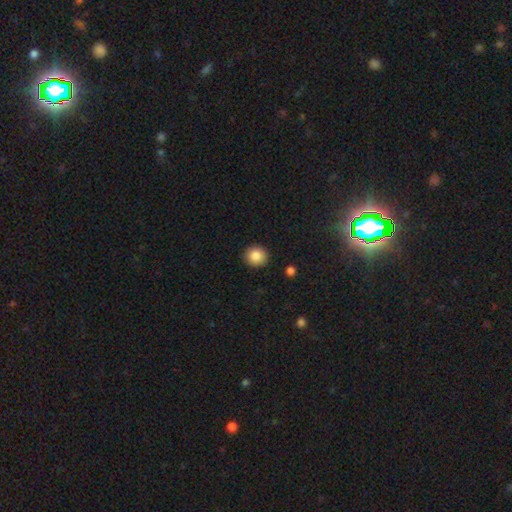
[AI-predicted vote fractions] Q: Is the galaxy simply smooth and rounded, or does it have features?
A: smooth — 86%.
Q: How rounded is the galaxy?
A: round — 88%.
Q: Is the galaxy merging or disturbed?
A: none — 91%.